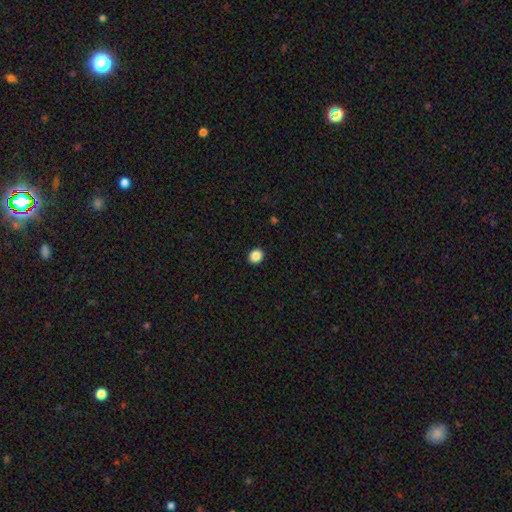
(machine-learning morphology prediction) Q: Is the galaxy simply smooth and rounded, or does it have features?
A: smooth — 87%.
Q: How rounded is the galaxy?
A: round — 70%.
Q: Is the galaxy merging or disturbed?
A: none — 92%.